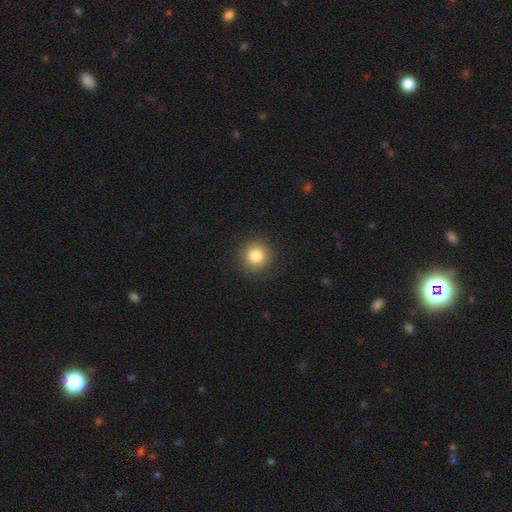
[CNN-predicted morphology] Q: Smooth or featured?
A: smooth (83%); runner-up: star or artifact (11%)
Q: How rounded?
A: round (93%); runner-up: in between (6%)
Q: Merging?
A: none (90%); runner-up: minor disturbance (7%)